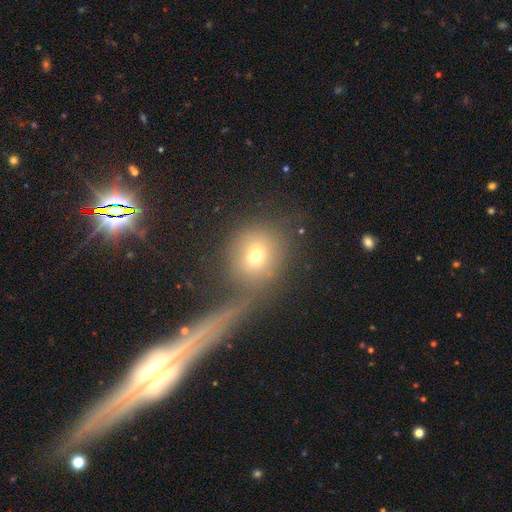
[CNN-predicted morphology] Overall: smooth (65%). How rounded: round (82%). Merging: none (46%; merger 30%).